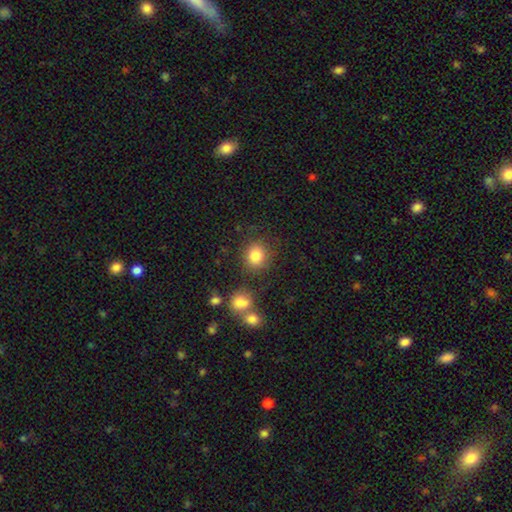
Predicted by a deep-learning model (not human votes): Smooth or featured: smooth — 83% (star or artifact — 10%)
How rounded: round — 80% (in between — 19%)
Merging: none — 78% (minor disturbance — 11%)